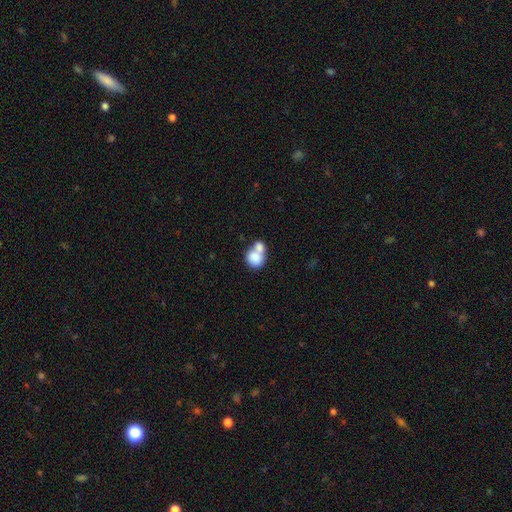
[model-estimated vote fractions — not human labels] The model was most divided on "how rounded": round: 58%, in between: 40%, cigar-shaped: 1%. More confident: smooth or featured — smooth (79%); merging — merger (64%).